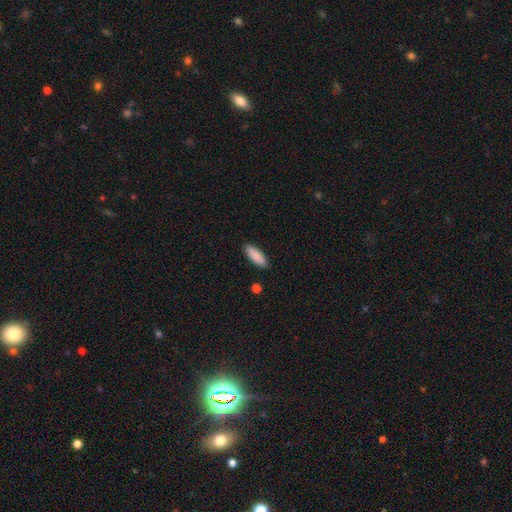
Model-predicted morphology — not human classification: smooth 89%, star or artifact 6%, featured or disk 5%. Down the decision tree: how rounded — in between (61%); merging — none (88%).